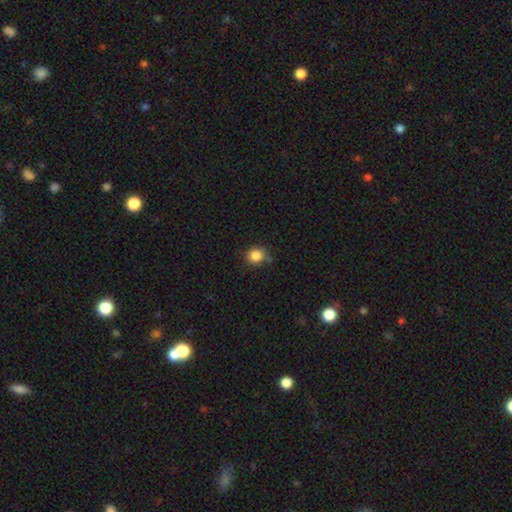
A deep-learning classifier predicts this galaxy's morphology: type=smooth (85%); roundness=round (79%); merging=none (75%).